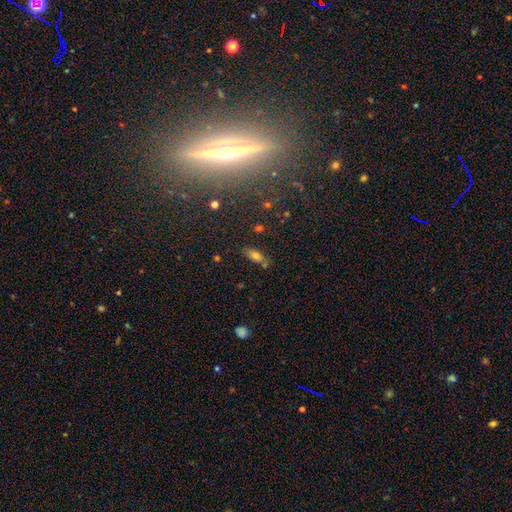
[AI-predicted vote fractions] Morphology: type=smooth (73%); roundness=in between (79%); merging=none (73%).